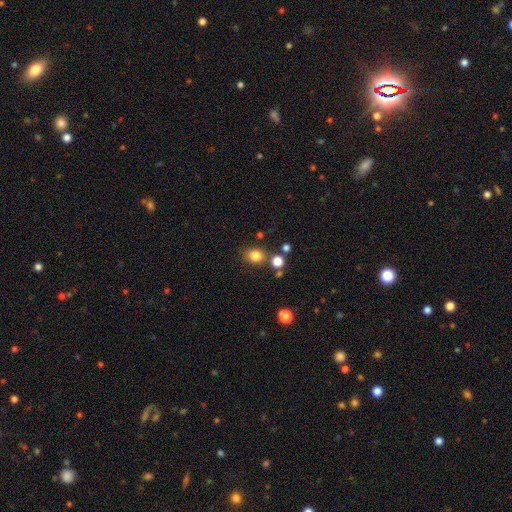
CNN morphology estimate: Smooth or featured? smooth (82%)
How rounded? round (65%)
Merging? none (76%)